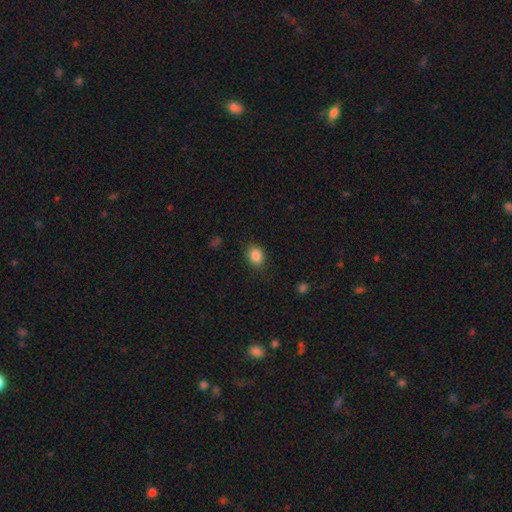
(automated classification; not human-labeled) This appears to be a smooth galaxy with no disk features (86%) that is in between round and cigar-shaped (60%). Merging: none (84%).